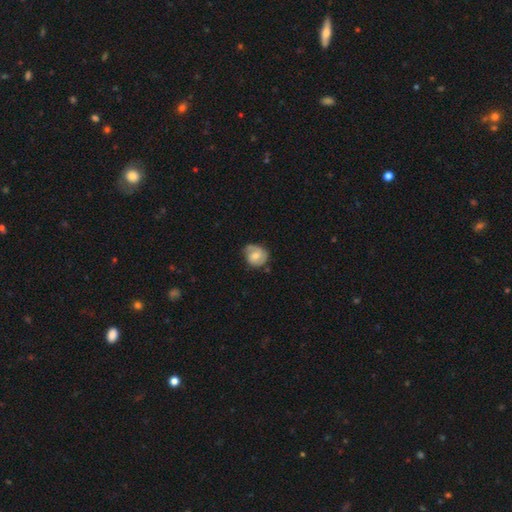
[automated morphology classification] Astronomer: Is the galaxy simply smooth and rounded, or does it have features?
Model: smooth — 50% (runner-up: featured or disk, 43%).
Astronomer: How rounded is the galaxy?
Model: round — 75%.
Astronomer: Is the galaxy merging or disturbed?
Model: none — 59%.